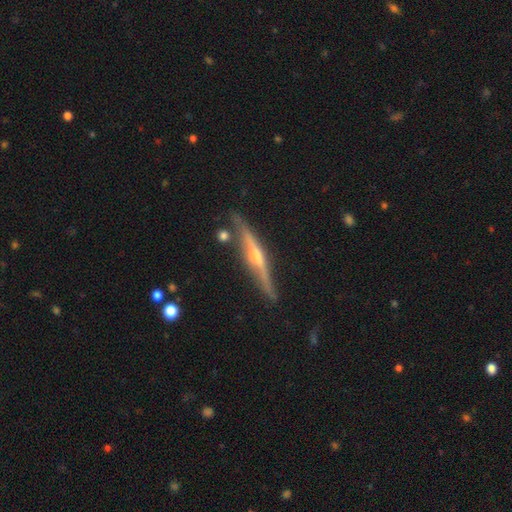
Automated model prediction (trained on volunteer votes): smooth-or-featured: featured or disk: 83% | smooth: 12% | star or artifact: 5%
  disk-edge-on: yes: 97% | no: 3%
    edge-on-bulge: rounded: 86% | none: 7% | boxy: 7%
  merging: none: 83% | minor disturbance: 12% | merger: 3% | major disturbance: 2%